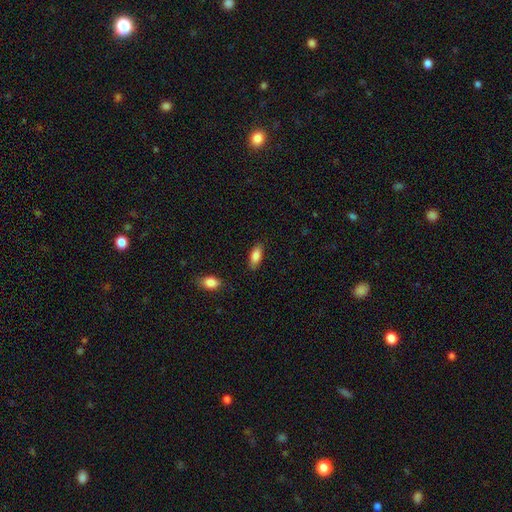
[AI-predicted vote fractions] The model was most divided on "how rounded": in between: 81%, cigar-shaped: 17%, round: 2%. More confident: smooth or featured — smooth (84%); merging — none (84%).